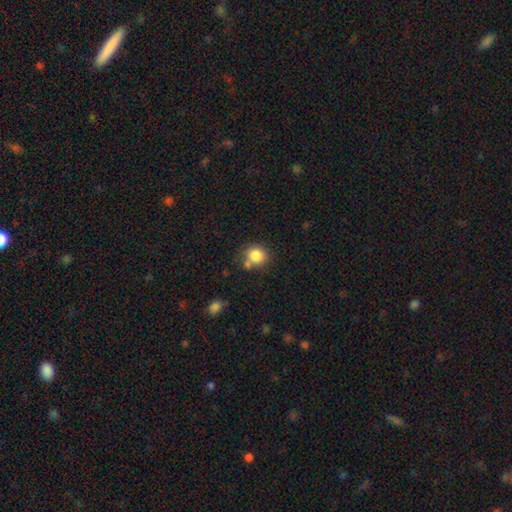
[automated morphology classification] smooth-or-featured: smooth: 84% | star or artifact: 10% | featured or disk: 6%
  how-rounded: round: 83% | in between: 16% | cigar-shaped: 1%
  merging: none: 63% | merger: 18% | minor disturbance: 14% | major disturbance: 5%